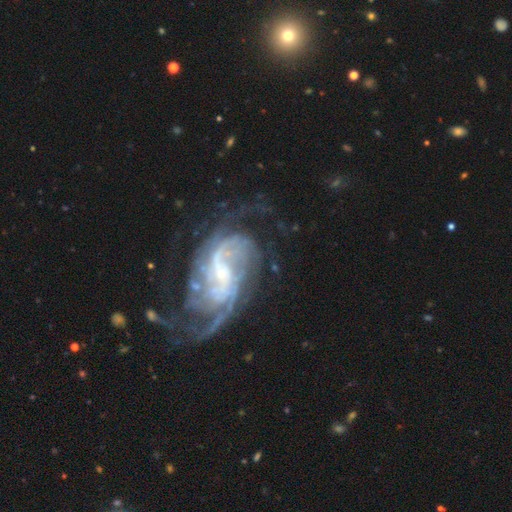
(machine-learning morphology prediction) type=featured or disk (85%); edge-on=no (97%); bar=weak (47%); spiral arms=yes (95%); winding=medium (44%); arm count=2 (34%); bulge=small (52%); merging=none (56%).